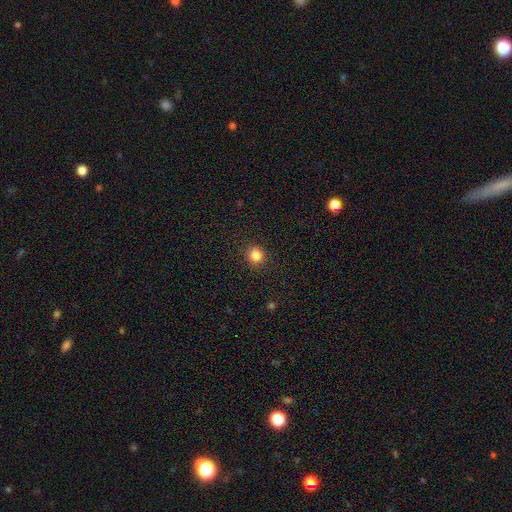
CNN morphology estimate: type=smooth (84%); roundness=round (87%); merging=none (90%).